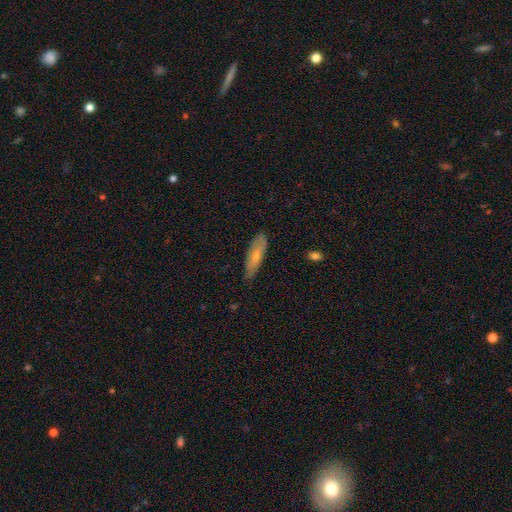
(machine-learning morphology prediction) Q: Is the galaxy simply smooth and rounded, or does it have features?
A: smooth — 65%.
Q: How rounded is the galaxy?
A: cigar-shaped — 62%.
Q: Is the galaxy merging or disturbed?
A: none — 75%.